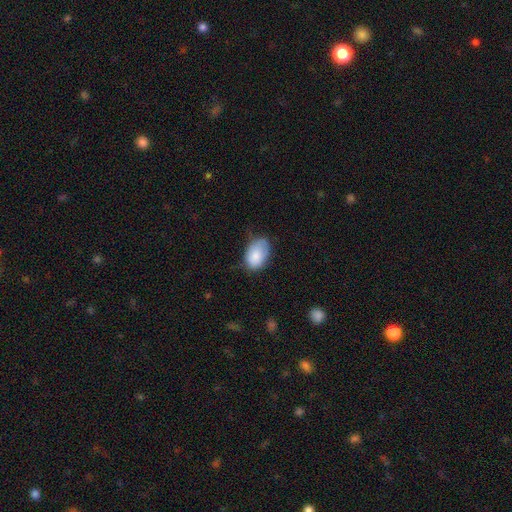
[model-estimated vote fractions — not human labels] The model was most divided on "merging": none: 51%, minor disturbance: 38%, major disturbance: 10%, merger: 2%. More confident: how rounded — in between (88%); smooth or featured — smooth (84%).